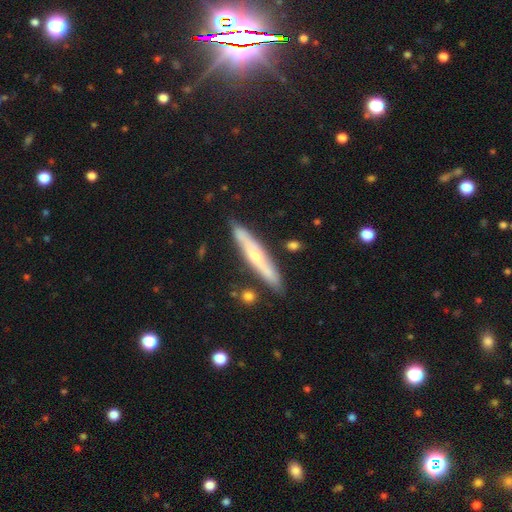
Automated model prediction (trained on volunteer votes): A featured or disk galaxy (57%) viewed edge-on (80%). Merging: none (82%).